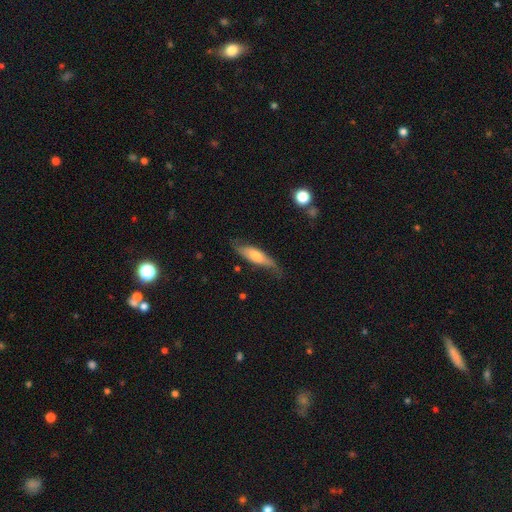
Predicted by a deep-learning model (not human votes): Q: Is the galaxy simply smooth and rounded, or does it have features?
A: smooth — 51%.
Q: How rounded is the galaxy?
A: cigar-shaped — 56%.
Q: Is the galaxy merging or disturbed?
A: none — 59%.